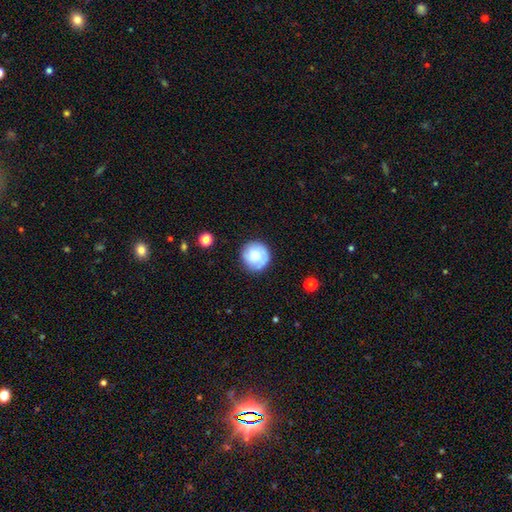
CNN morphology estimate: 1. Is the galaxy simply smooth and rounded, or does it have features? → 67% smooth, 25% featured or disk, 8% star or artifact.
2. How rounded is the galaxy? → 94% round, 5% in between, 1% cigar-shaped.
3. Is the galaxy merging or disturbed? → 82% none, 13% minor disturbance, 4% major disturbance, 2% merger.